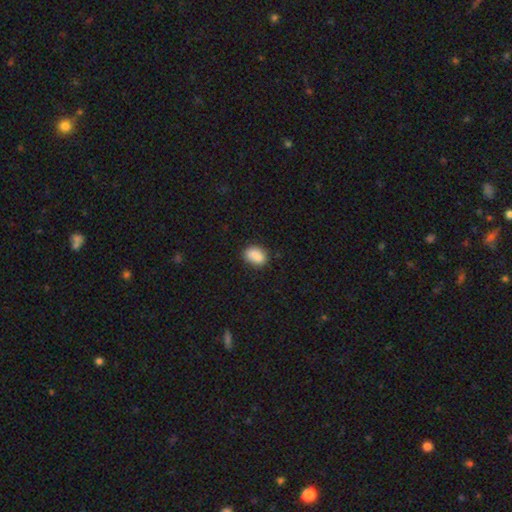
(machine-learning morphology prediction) Smooth or featured?
  - smooth: 82% *
  - featured or disk: 10%
  - star or artifact: 9%
How rounded?
  - in between: 66% *
  - round: 32%
  - cigar-shaped: 1%
Merging?
  - none: 57% *
  - merger: 21%
  - minor disturbance: 17%
  - major disturbance: 4%